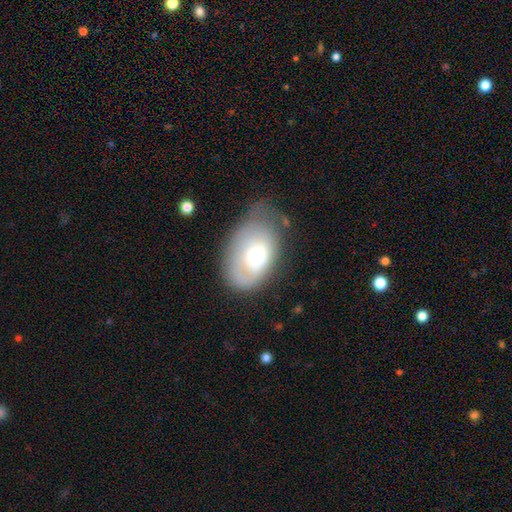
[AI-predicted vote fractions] Smooth or featured?
  - smooth: 55% *
  - featured or disk: 38%
  - star or artifact: 7%
How rounded?
  - in between: 85% *
  - round: 14%
  - cigar-shaped: 1%
Merging?
  - none: 44% *
  - minor disturbance: 35%
  - major disturbance: 18%
  - merger: 3%